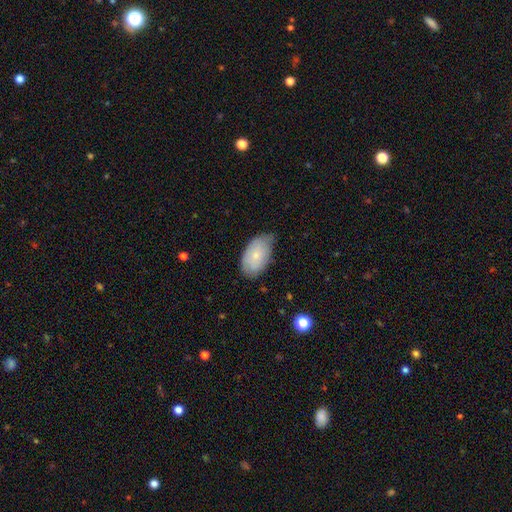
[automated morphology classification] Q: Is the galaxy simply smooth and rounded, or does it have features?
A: smooth — 76%.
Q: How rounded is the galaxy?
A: in between — 94%.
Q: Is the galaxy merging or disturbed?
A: none — 54%.